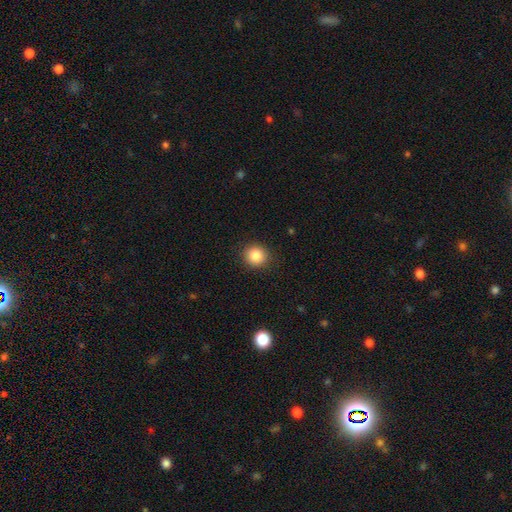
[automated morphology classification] smooth 85%, star or artifact 10%, featured or disk 5%. Down the decision tree: how rounded — round (90%); merging — none (90%).